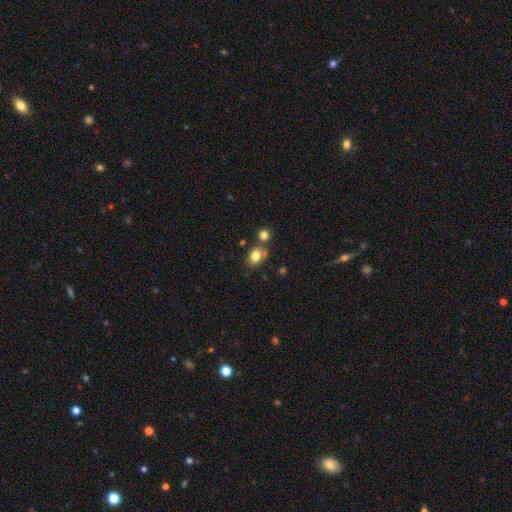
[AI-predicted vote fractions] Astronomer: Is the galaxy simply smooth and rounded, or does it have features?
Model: smooth — 81%.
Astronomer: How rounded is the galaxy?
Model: in between — 53% (runner-up: round, 46%).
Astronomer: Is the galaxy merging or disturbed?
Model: none — 63%.